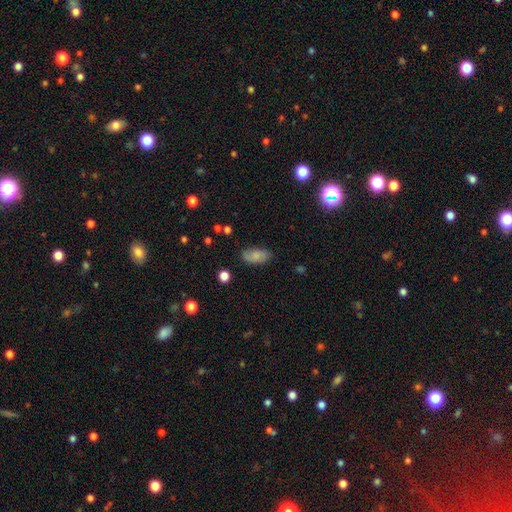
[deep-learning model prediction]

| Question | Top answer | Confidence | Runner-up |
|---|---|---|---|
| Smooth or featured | smooth | 78% | featured or disk (14%) |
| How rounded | in between | 92% | cigar-shaped (5%) |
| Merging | none | 75% | minor disturbance (19%) |